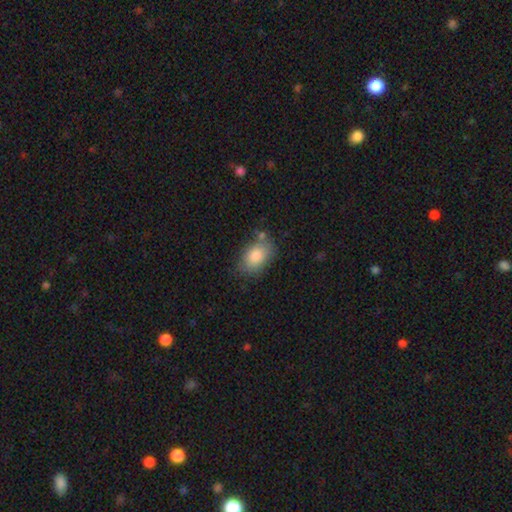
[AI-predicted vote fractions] A smooth galaxy with no disk features (84%) that is in between round and cigar-shaped (85%).

Vote fractions:
- Smooth or featured? smooth: 84% / featured or disk: 9% / star or artifact: 7%
- How rounded? in between: 85% / round: 13% / cigar-shaped: 1%
- Merging? none: 71% / minor disturbance: 18% / merger: 6% / major disturbance: 5%